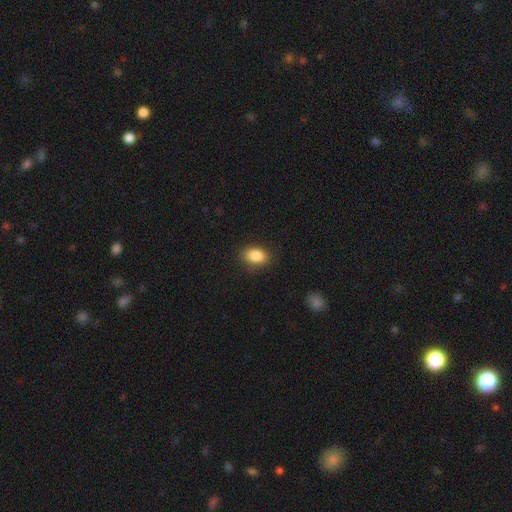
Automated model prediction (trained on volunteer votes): smooth 87%, star or artifact 8%, featured or disk 5%. Down the decision tree: how rounded — in between (82%); merging — none (84%).